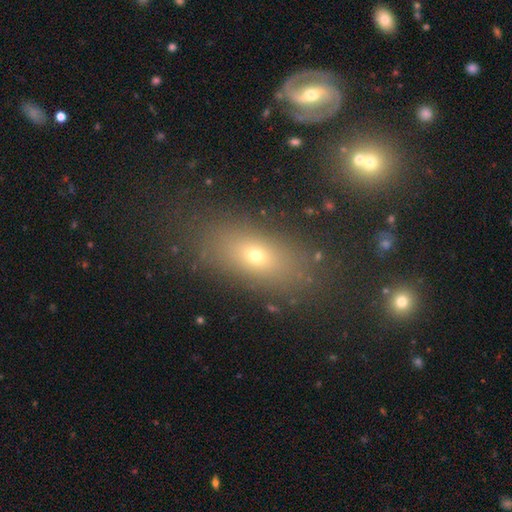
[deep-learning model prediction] Smooth or featured: smooth — 61% (featured or disk — 20%)
How rounded: in between — 76% (round — 14%)
Merging: none — 80% (minor disturbance — 11%)